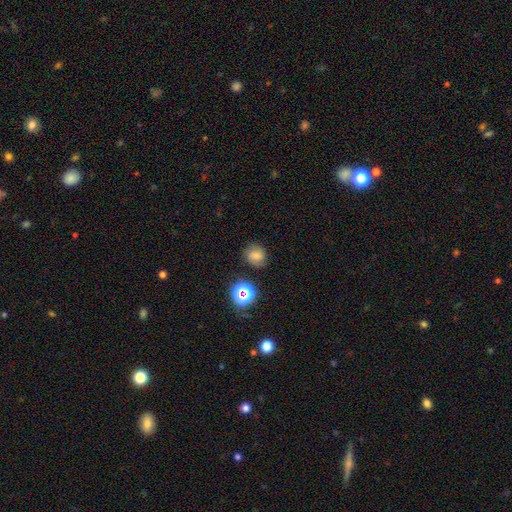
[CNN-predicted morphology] Smooth or featured? Predicted: smooth (p=0.68). How rounded? Predicted: round (p=0.77). Merging? Predicted: none (p=0.79).